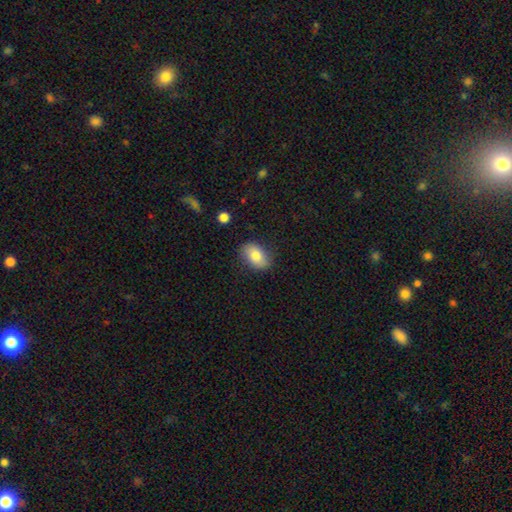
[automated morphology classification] type=smooth (79%); roundness=in between (86%); merging=none (80%).